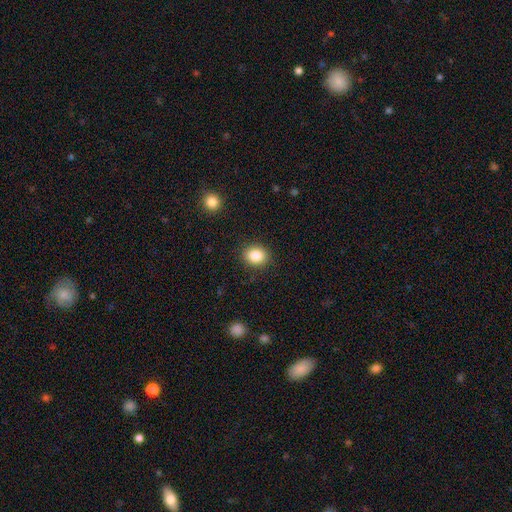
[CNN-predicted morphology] This is clearly a smooth galaxy (85%). How rounded: likely round (60%). Merging: clearly none (88%).